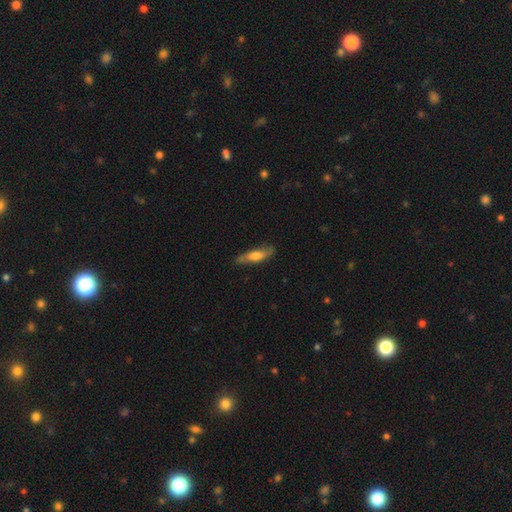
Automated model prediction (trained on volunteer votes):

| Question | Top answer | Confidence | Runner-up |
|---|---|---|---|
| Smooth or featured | smooth | 48% | featured or disk (46%) |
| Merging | none | 77% | minor disturbance (18%) |